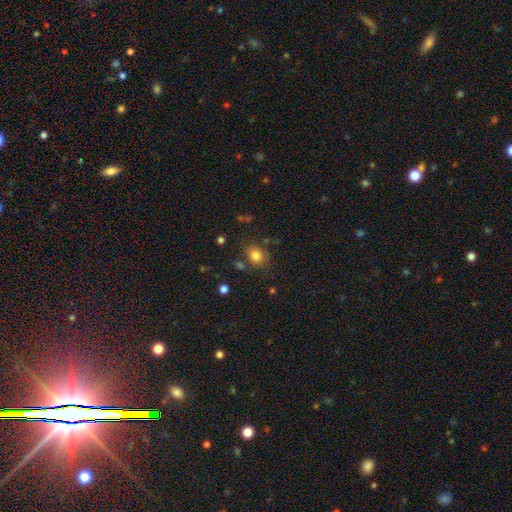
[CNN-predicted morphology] This appears to be a smooth galaxy with no disk features (81%) that is round (56%). Merging: none (74%).